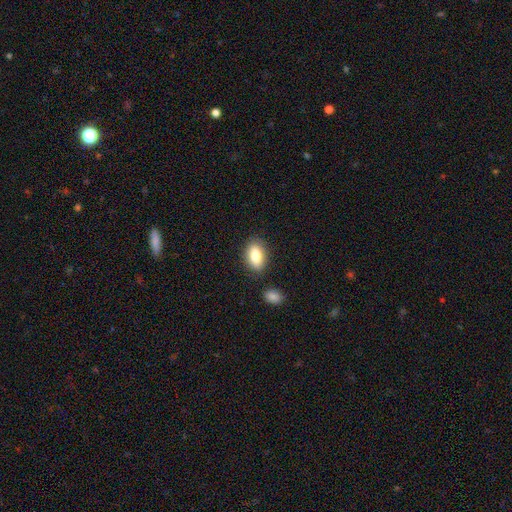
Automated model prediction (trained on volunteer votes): This is clearly a smooth galaxy (82%). How rounded: clearly in between (89%). Merging: clearly none (83%).